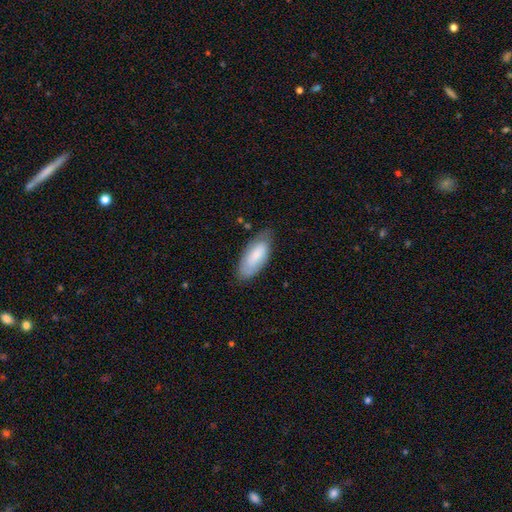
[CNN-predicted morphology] This appears to be a smooth galaxy with no disk features (74%) that is in between round and cigar-shaped (85%). Merging: none (70%).